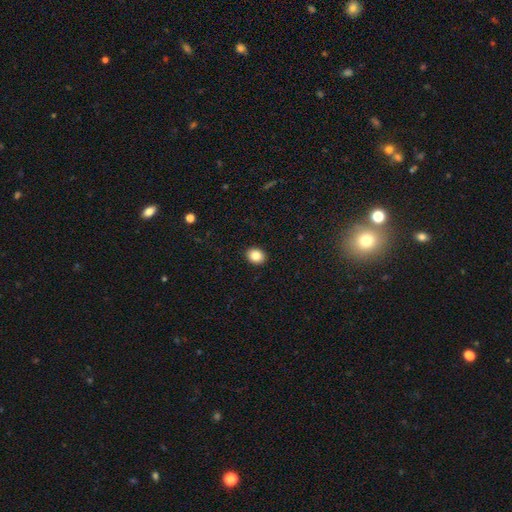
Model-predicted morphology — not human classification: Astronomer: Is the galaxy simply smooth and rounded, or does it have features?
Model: smooth — 85%.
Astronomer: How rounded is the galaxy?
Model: round — 54% (runner-up: in between, 45%).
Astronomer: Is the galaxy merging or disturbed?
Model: none — 92%.